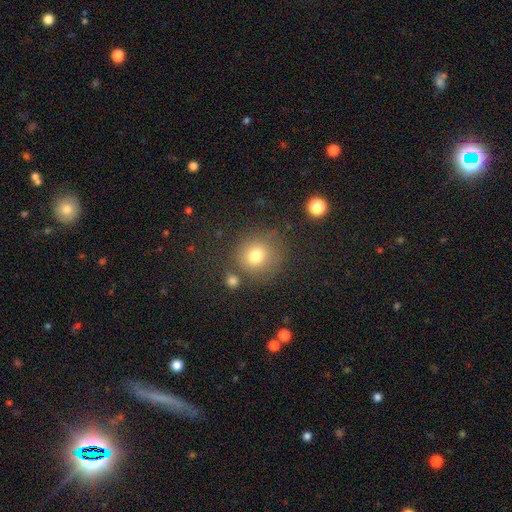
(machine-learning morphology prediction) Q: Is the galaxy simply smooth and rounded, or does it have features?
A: smooth — 77%.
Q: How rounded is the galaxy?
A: round — 88%.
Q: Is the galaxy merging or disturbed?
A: none — 74%.